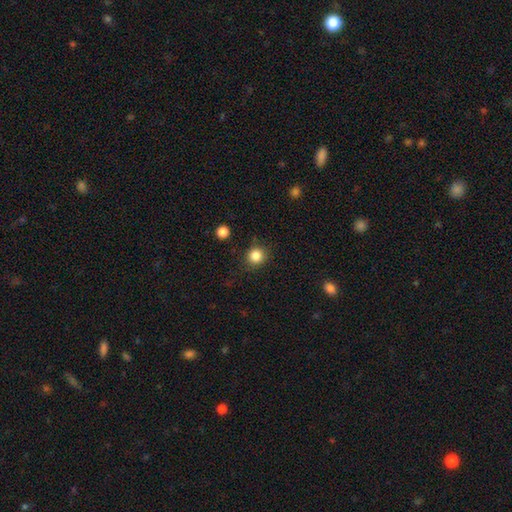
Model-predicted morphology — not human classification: Smooth or featured: smooth — 85% (star or artifact — 11%)
How rounded: round — 88% (in between — 12%)
Merging: none — 84% (minor disturbance — 10%)